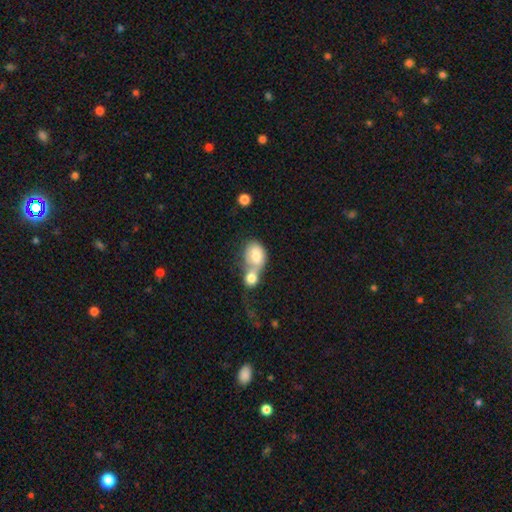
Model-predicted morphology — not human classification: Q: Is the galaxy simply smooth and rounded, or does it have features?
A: smooth — 77%.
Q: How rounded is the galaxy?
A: in between — 63%.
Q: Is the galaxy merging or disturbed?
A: merger — 72%.